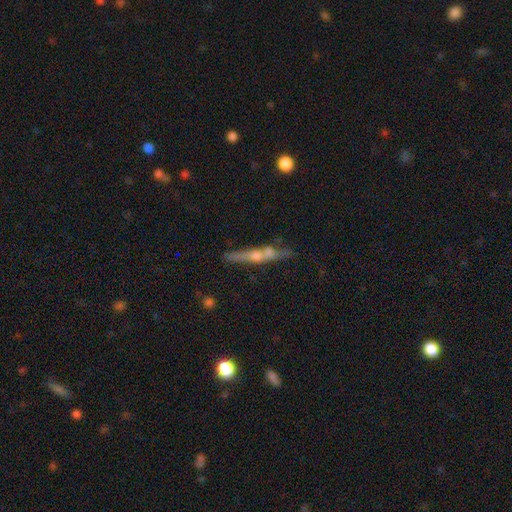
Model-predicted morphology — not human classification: Smooth or featured? featured or disk (57%)
Edge-on disk? yes (88%)
Edge-on bulge? rounded (75%)
Merging? none (66%)